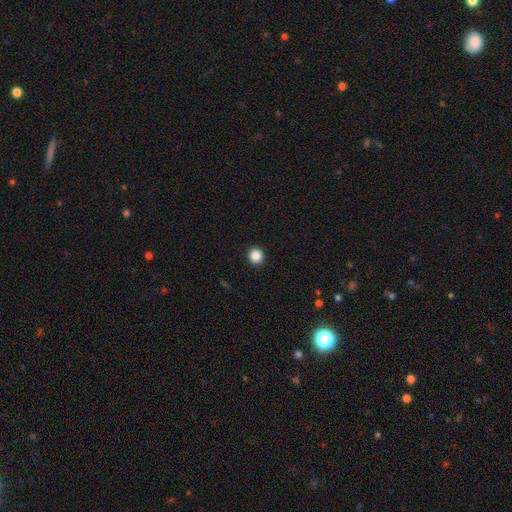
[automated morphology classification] This is clearly a smooth galaxy (87%). How rounded: clearly round (92%). Merging: clearly none (93%).